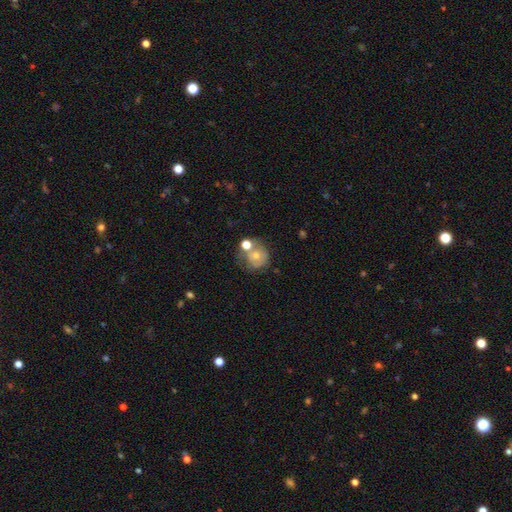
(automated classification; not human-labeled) smooth_or_featured: smooth (p=0.59) [alt: featured or disk p=0.32]
how_rounded: round (p=0.79) [alt: in between p=0.20]
merging: none (p=0.38) [alt: merger p=0.30]